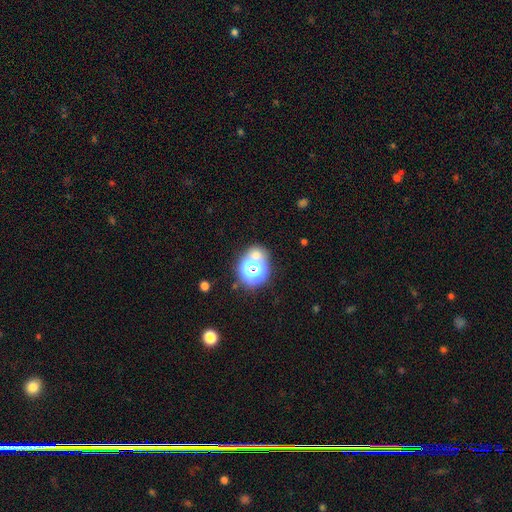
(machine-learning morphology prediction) smooth-or-featured: smooth: 52% | star or artifact: 36% | featured or disk: 13%
  how-rounded: round: 75% | in between: 23% | cigar-shaped: 1%
  merging: none: 56% | merger: 26% | minor disturbance: 11% | major disturbance: 7%